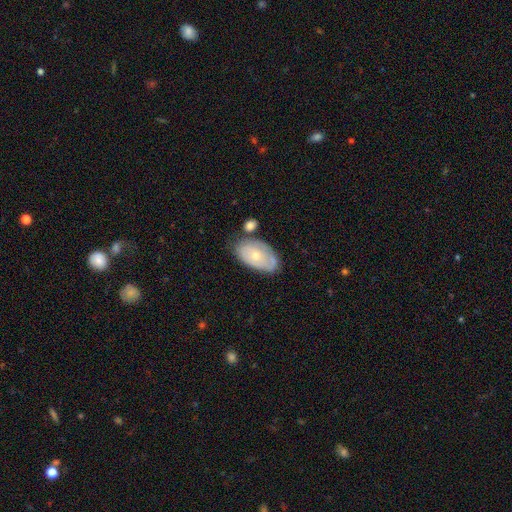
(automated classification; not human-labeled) Q: Smooth or featured?
A: smooth (54%); runner-up: featured or disk (40%)
Q: How rounded?
A: in between (93%); runner-up: round (6%)
Q: Merging?
A: none (59%); runner-up: minor disturbance (24%)